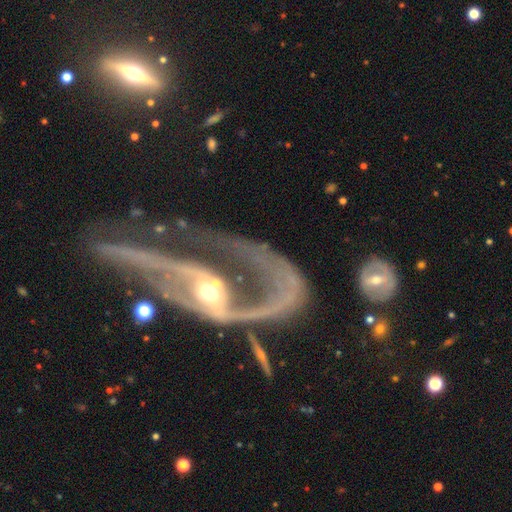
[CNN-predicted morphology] A featured or disk galaxy (88%) with no bar (48%), 2 (78%) loose (65%) spiral arms (88%) and a small central bulge (50%). Merging: major disturbance (48%).